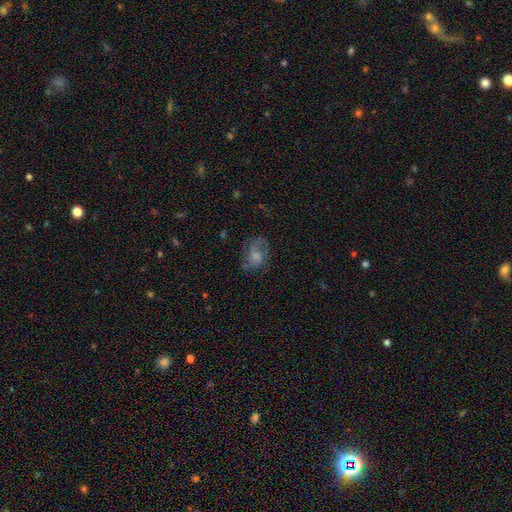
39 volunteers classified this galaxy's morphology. smooth_or_featured: smooth (p=0.49) [alt: featured or disk p=0.44]
how_rounded: round (p=0.47) [tied with: in between p=0.47]
merging: none (p=0.47) [alt: minor disturbance p=0.33]